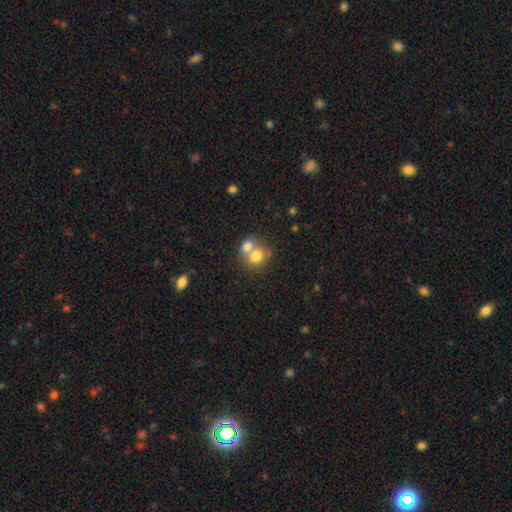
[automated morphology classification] A smooth galaxy with no disk features (76%) that is round (66%).

Vote fractions:
- Smooth or featured? smooth: 76% / featured or disk: 15% / star or artifact: 10%
- How rounded? round: 66% / in between: 33% / cigar-shaped: 1%
- Merging? merger: 61% / none: 29% / minor disturbance: 7% / major disturbance: 3%